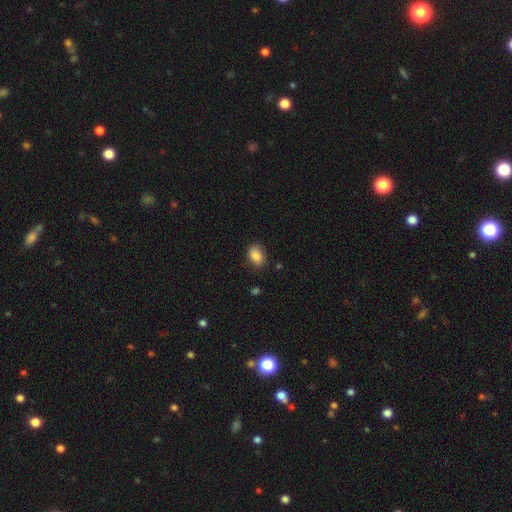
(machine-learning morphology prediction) A smooth galaxy with no disk features (87%) that is in between round and cigar-shaped (79%).

Vote fractions:
- Smooth or featured? smooth: 87% / star or artifact: 8% / featured or disk: 4%
- How rounded? in between: 79% / round: 20% / cigar-shaped: 1%
- Merging? none: 81% / minor disturbance: 14% / major disturbance: 3% / merger: 1%